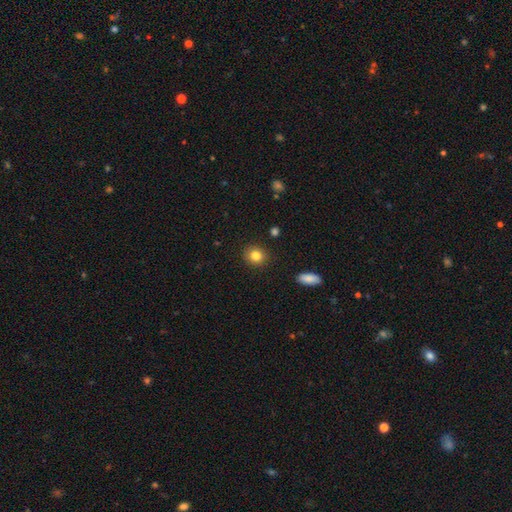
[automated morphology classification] The model was most divided on "how rounded": round: 81%, in between: 18%, cigar-shaped: 1%. More confident: merging — none (90%); smooth or featured — smooth (83%).